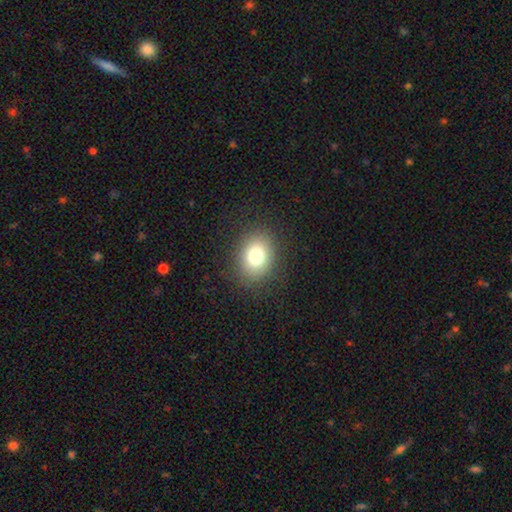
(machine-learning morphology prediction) Q: Smooth or featured?
A: smooth (80%); runner-up: star or artifact (11%)
Q: How rounded?
A: in between (57%); runner-up: round (42%)
Q: Merging?
A: none (88%); runner-up: minor disturbance (8%)